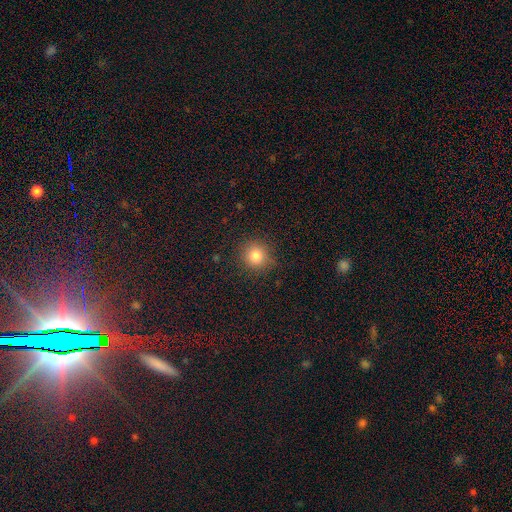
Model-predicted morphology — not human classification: A smooth galaxy with no disk features (80%) that is round (91%).

Vote fractions:
- Smooth or featured? smooth: 80% / star or artifact: 13% / featured or disk: 7%
- How rounded? round: 91% / in between: 8% / cigar-shaped: 1%
- Merging? none: 87% / minor disturbance: 9% / major disturbance: 3% / merger: 1%